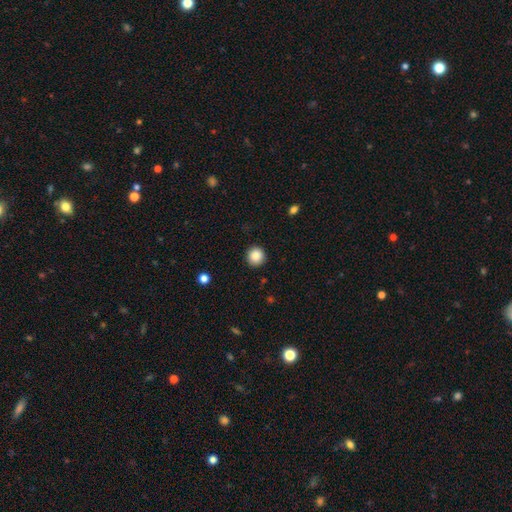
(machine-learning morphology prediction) smooth_or_featured: smooth (p=0.88) [alt: star or artifact p=0.09]
how_rounded: round (p=0.94) [alt: in between p=0.05]
merging: none (p=0.91) [alt: minor disturbance p=0.06]